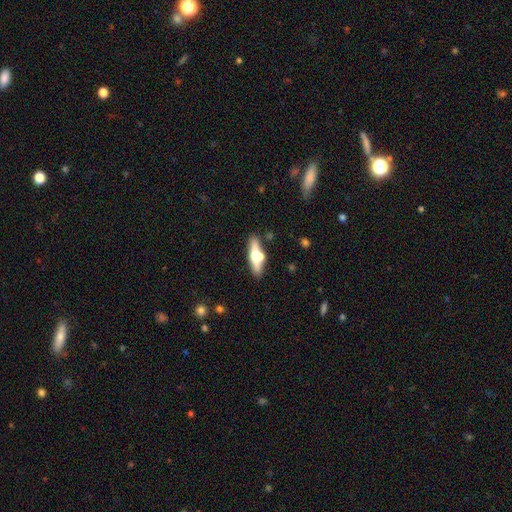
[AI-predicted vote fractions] This appears to be a featured or disk galaxy (55%) viewed edge-on (91%). Merging: none (74%).